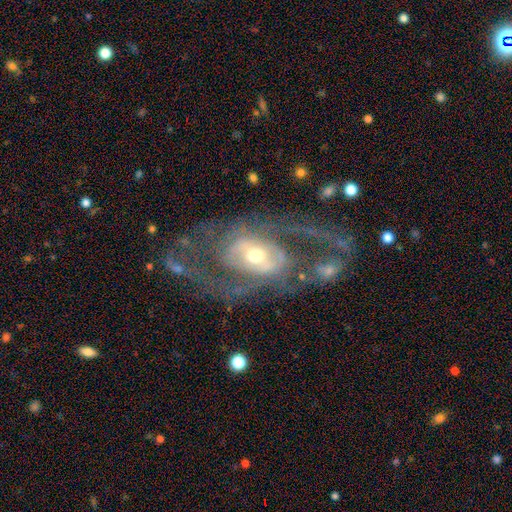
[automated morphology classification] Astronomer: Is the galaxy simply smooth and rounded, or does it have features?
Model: featured or disk — 85%.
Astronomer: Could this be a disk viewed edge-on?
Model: no — 95%.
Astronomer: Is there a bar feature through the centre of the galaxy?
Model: no — 41% (runner-up: weak, 37%).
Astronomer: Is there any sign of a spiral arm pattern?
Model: yes — 85%.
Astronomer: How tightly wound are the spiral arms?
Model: medium — 45% (runner-up: loose, 31%).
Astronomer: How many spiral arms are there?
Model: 2 — 70%.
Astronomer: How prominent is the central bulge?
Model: moderate — 63%.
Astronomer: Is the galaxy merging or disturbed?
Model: none — 53%.